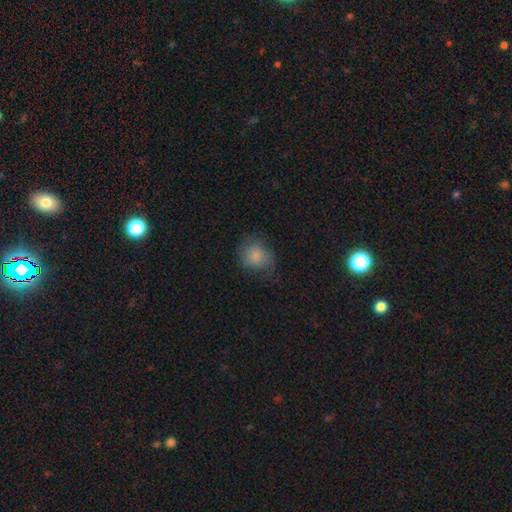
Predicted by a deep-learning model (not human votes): This appears to be a smooth galaxy with no disk features (78%) that is round (70%). Merging: none (58%).